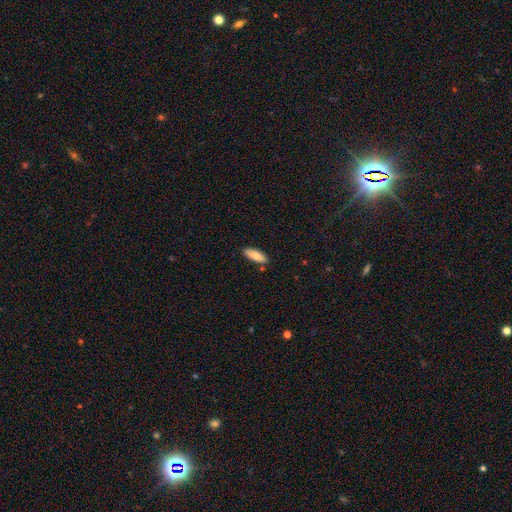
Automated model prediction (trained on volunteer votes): This appears to be a smooth galaxy with no disk features (80%) that is in between round and cigar-shaped (68%). Merging: none (85%).